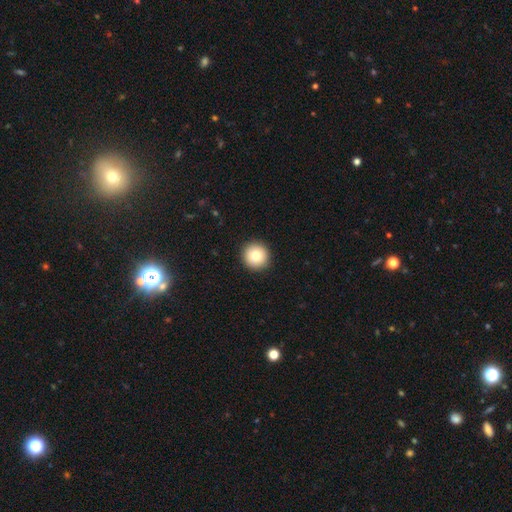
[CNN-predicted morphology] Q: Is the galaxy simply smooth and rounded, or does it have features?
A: smooth — 80%.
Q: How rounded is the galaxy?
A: round — 96%.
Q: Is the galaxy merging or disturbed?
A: none — 93%.